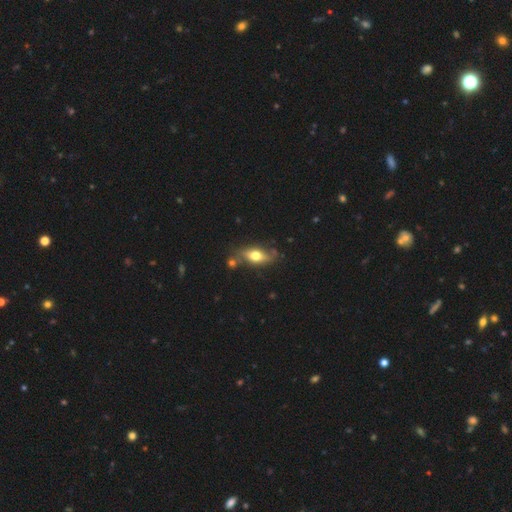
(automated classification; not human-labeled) This appears to be a smooth galaxy with no disk features (54%) that is in between round and cigar-shaped (75%). Merging: none (65%).